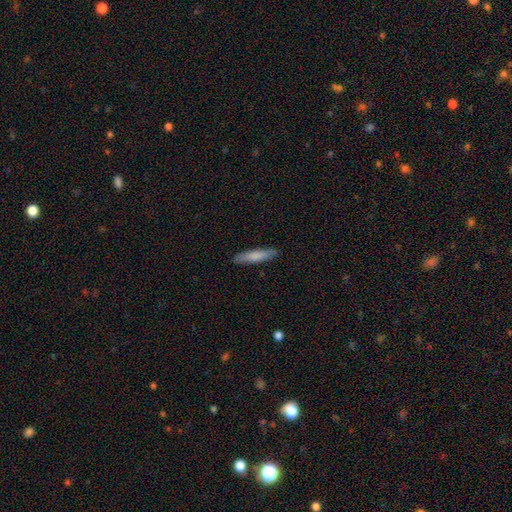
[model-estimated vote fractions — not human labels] smooth_or_featured: smooth (p=0.78) [alt: featured or disk p=0.17]
how_rounded: cigar-shaped (p=0.85) [alt: in between p=0.13]
merging: none (p=0.89) [alt: minor disturbance p=0.08]